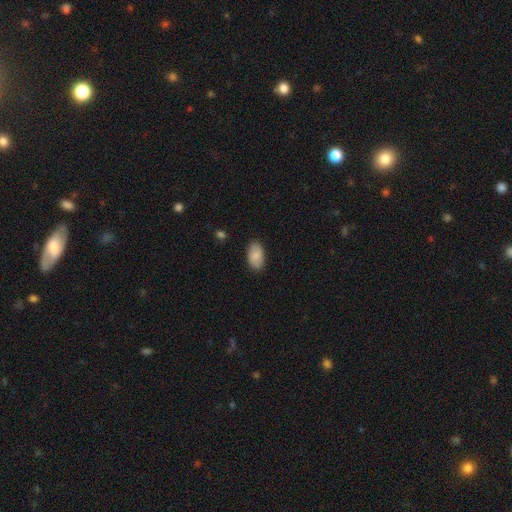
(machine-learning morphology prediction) Smooth or featured?
  - smooth: 85% *
  - featured or disk: 8%
  - star or artifact: 6%
How rounded?
  - in between: 94% *
  - round: 5%
  - cigar-shaped: 2%
Merging?
  - none: 87% *
  - minor disturbance: 10%
  - major disturbance: 2%
  - merger: 1%